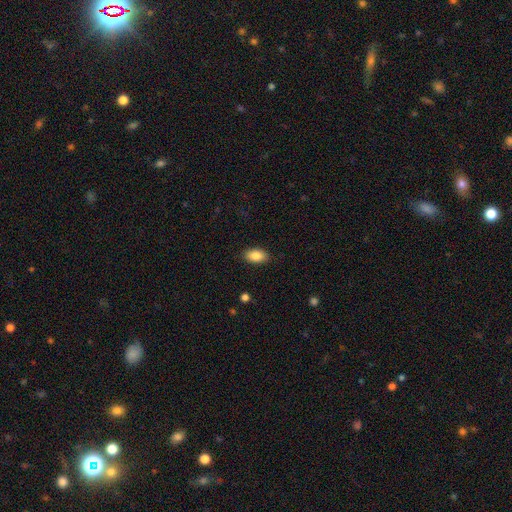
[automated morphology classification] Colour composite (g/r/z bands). It shows a smooth galaxy with no disk features (87%) that is in between round and cigar-shaped (92%). Merging: none (88%).